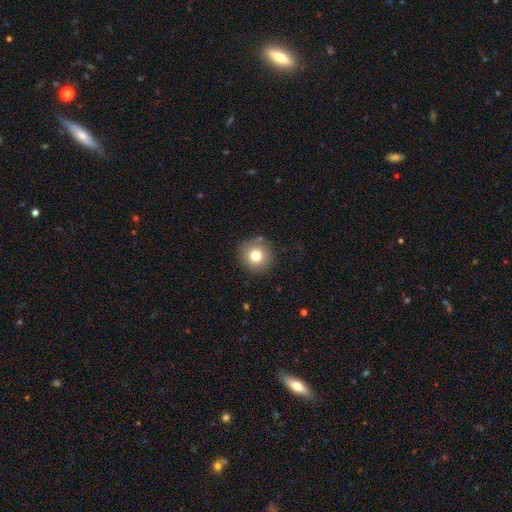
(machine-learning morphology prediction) smooth-or-featured: smooth: 77% | star or artifact: 11% | featured or disk: 11%
  how-rounded: round: 94% | in between: 5% | cigar-shaped: 1%
  merging: none: 84% | minor disturbance: 10% | major disturbance: 3% | merger: 3%